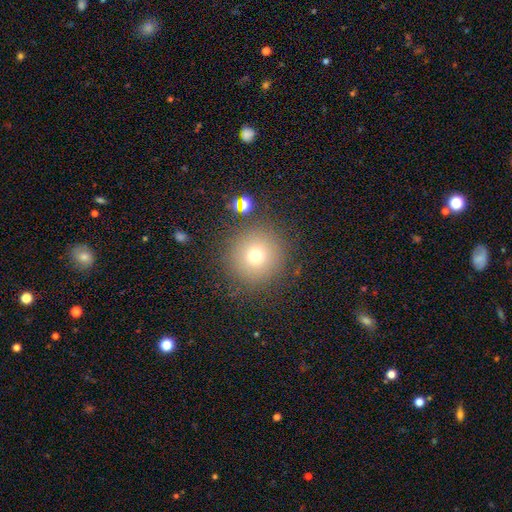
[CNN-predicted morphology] Smooth or featured? Predicted: smooth (p=0.70). How rounded? Predicted: round (p=0.95). Merging? Predicted: none (p=0.85).